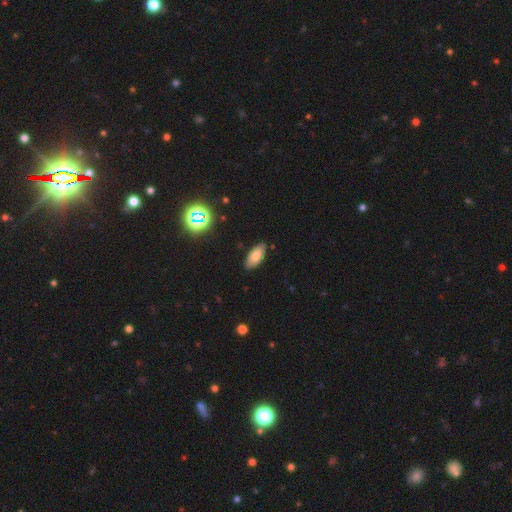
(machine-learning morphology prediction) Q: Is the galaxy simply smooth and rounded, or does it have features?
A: smooth — 75%.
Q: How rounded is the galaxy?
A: in between — 88%.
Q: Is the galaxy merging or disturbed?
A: none — 85%.